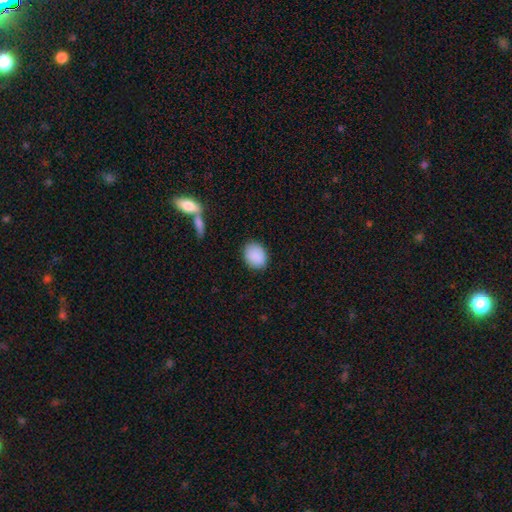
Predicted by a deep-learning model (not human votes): This appears to be a smooth galaxy with no disk features (89%) that is in between round and cigar-shaped (60%). Merging: none (84%).